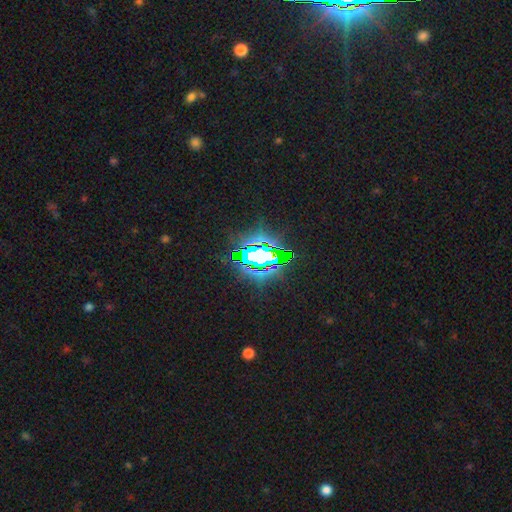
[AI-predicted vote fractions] This is likely a star or artifact rather than a galaxy (73%).